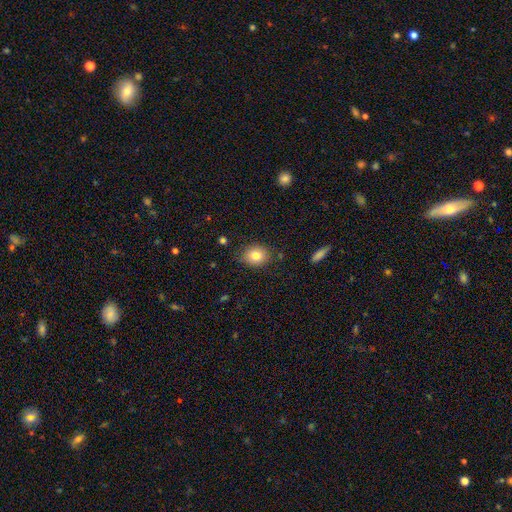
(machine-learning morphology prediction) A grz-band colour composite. It shows a smooth galaxy with no disk features (80%) that is round (59%). Merging: none (82%).